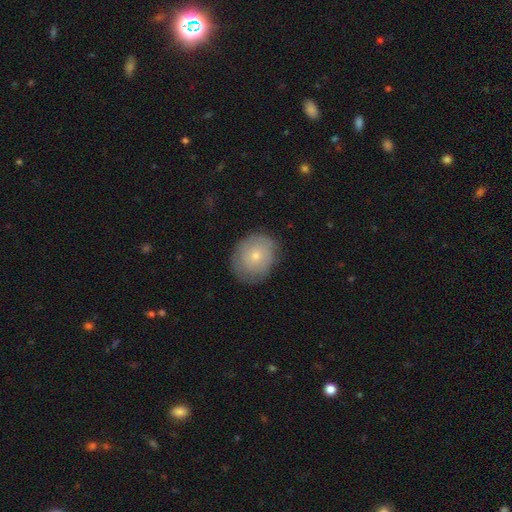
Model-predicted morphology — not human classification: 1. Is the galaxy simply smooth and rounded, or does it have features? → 59% smooth, 33% featured or disk, 8% star or artifact.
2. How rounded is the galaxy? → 70% round, 29% in between, 1% cigar-shaped.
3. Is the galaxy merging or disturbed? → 78% none, 17% minor disturbance, 5% major disturbance, 1% merger.